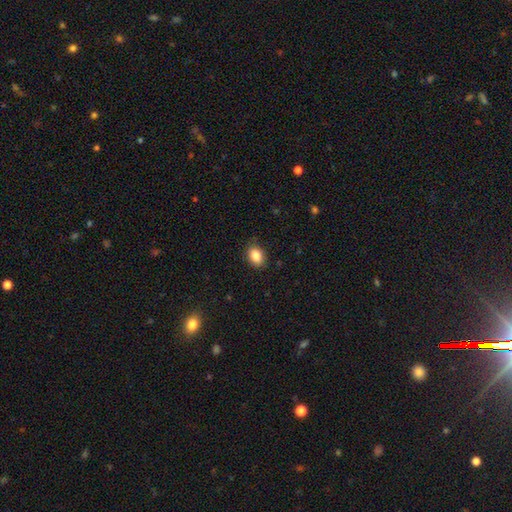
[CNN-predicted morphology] A smooth galaxy with no disk features (87%) that is in between round and cigar-shaped (75%).

Vote fractions:
- Smooth or featured? smooth: 87% / star or artifact: 9% / featured or disk: 5%
- How rounded? in between: 75% / round: 24% / cigar-shaped: 1%
- Merging? none: 84% / minor disturbance: 12% / major disturbance: 2% / merger: 1%